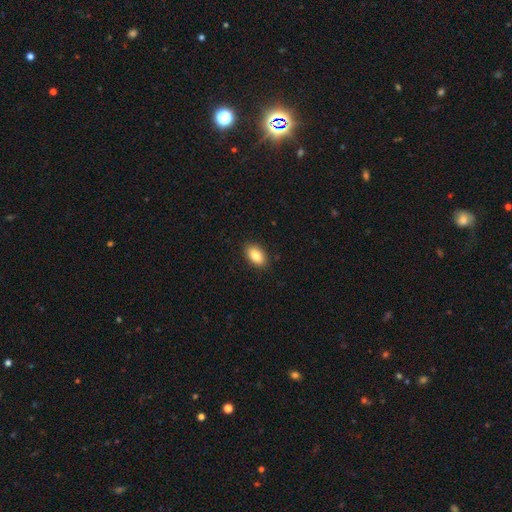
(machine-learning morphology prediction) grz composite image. It shows a smooth galaxy with no disk features (84%) that is in between round and cigar-shaped (92%). Merging: none (90%).